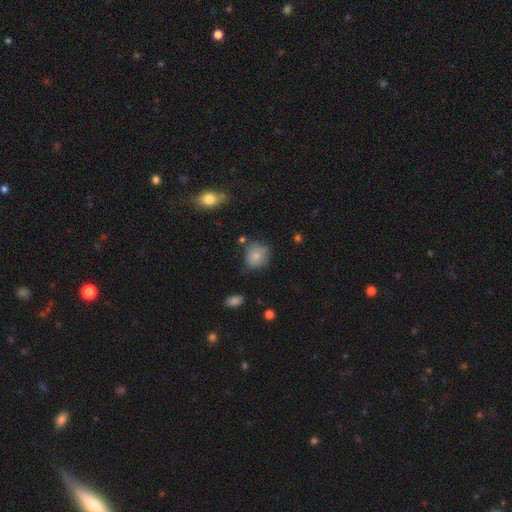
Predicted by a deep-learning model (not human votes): Smooth or featured?
  - smooth: 81% *
  - star or artifact: 10%
  - featured or disk: 9%
How rounded?
  - round: 75% *
  - in between: 24%
  - cigar-shaped: 1%
Merging?
  - none: 63% *
  - minor disturbance: 25%
  - major disturbance: 7%
  - merger: 5%